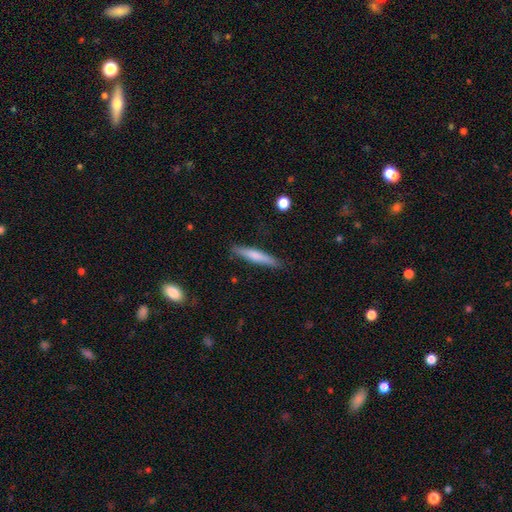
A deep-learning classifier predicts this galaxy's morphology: smooth_or_featured: smooth (p=0.66) [alt: featured or disk p=0.28]
how_rounded: cigar-shaped (p=0.93) [alt: in between p=0.06]
merging: none (p=0.88) [alt: minor disturbance p=0.09]